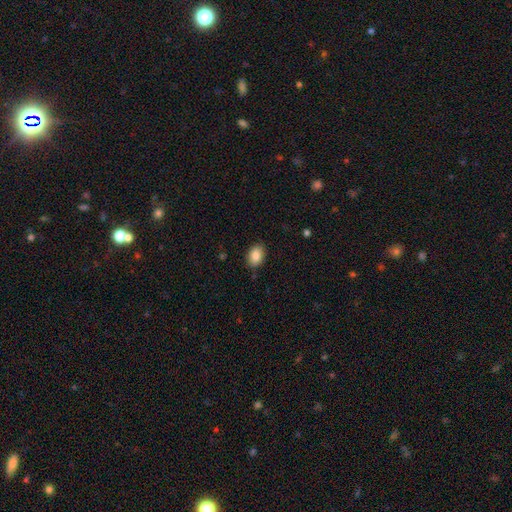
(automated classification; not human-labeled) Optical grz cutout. It shows a smooth galaxy with no disk features (87%) that is in between round and cigar-shaped (81%). Merging: none (86%).